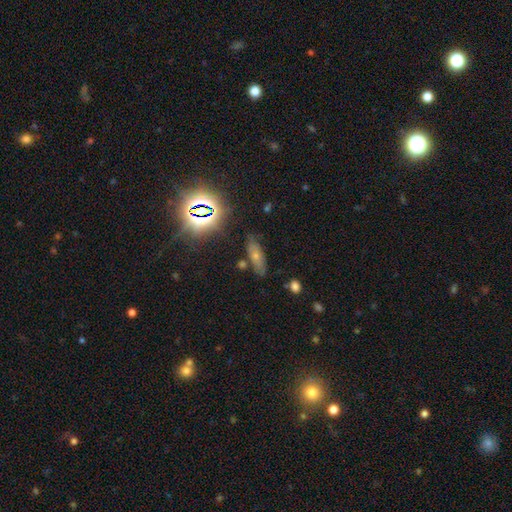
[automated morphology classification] This is possibly a smooth galaxy (58%). How rounded: likely in between (61%). Merging: likely none (75%).